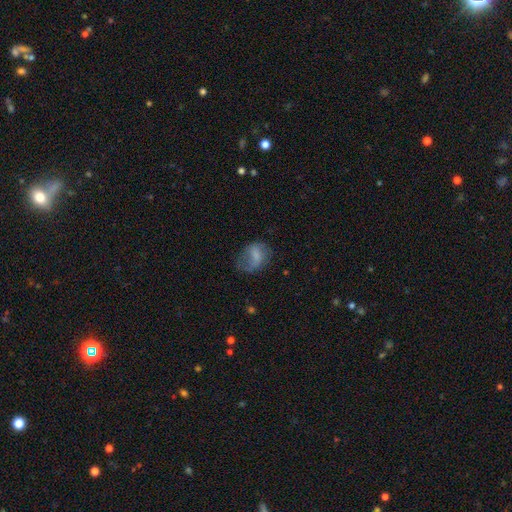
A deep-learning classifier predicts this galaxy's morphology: smooth_or_featured: smooth (p=0.52) [alt: featured or disk p=0.39]
how_rounded: in between (p=0.67) [alt: round p=0.32]
merging: none (p=0.43) [alt: minor disturbance p=0.28]